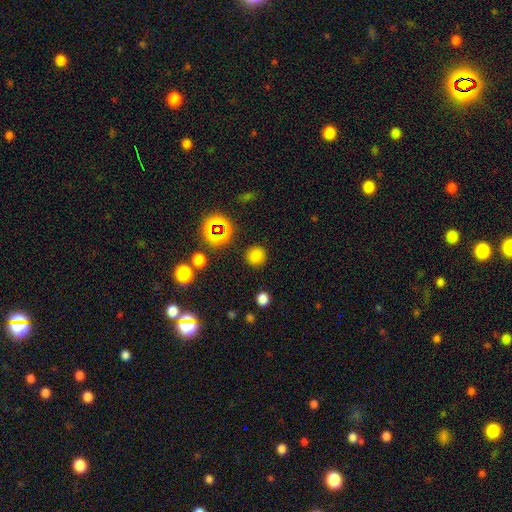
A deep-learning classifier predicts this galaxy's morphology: Smooth or featured: smooth — 76% (star or artifact — 19%)
How rounded: round — 92% (in between — 7%)
Merging: none — 88% (minor disturbance — 7%)